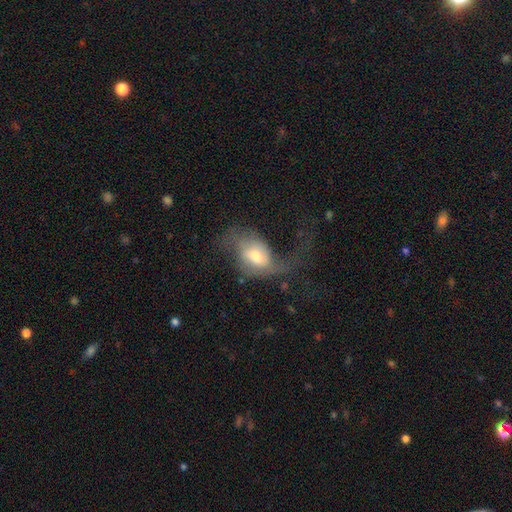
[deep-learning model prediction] smooth_or_featured: featured or disk (p=0.48) [alt: smooth p=0.44]
merging: major disturbance (p=0.52) [alt: none p=0.25]